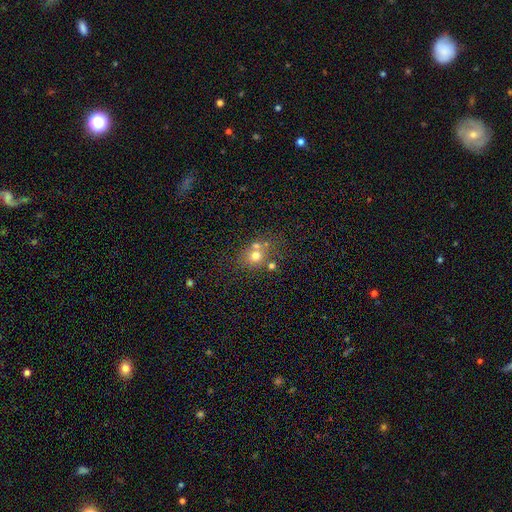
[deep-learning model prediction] This is likely a smooth galaxy (66%). How rounded: likely round (75%). Merging: possibly none (51%).